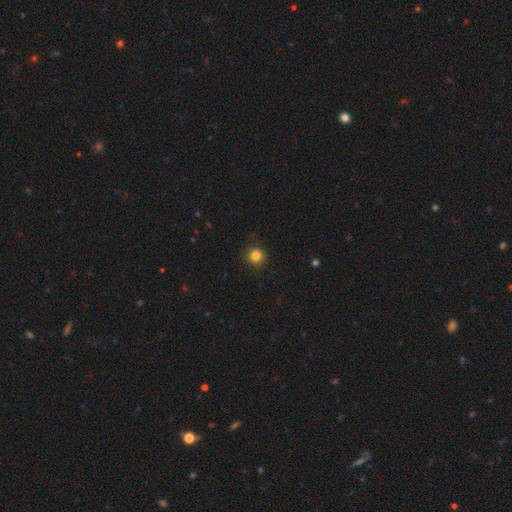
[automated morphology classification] Smooth or featured? smooth (84%)
How rounded? round (94%)
Merging? none (89%)